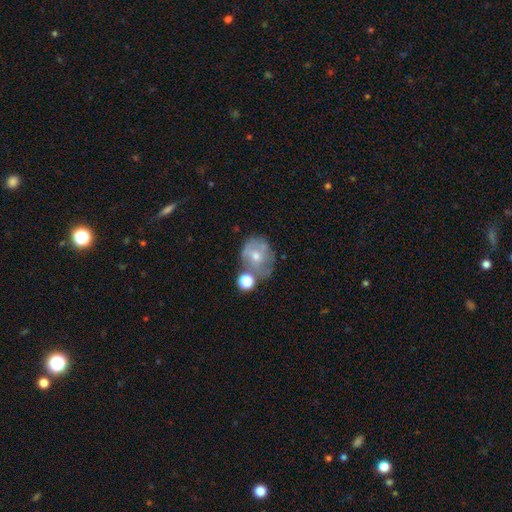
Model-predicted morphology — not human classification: type=featured or disk (47%); merging=none (45%).